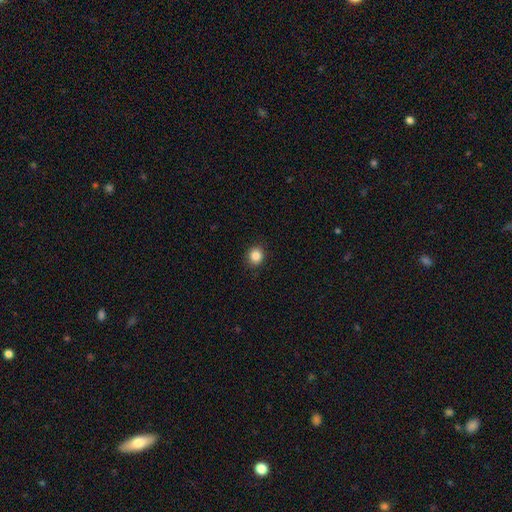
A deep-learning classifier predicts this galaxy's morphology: Q: Smooth or featured?
A: smooth (85%); runner-up: star or artifact (11%)
Q: How rounded?
A: round (83%); runner-up: in between (16%)
Q: Merging?
A: none (90%); runner-up: minor disturbance (7%)